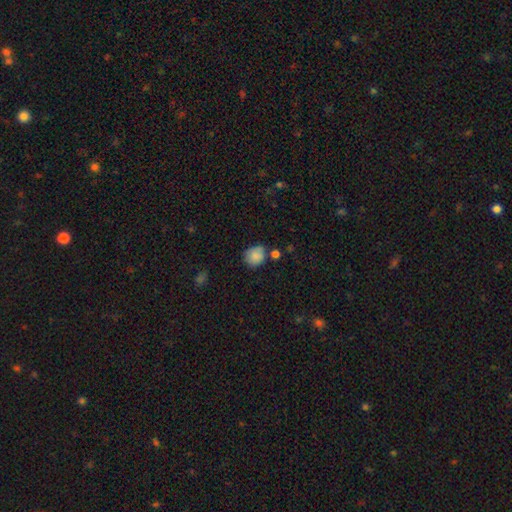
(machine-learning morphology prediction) type=smooth (84%); roundness=round (75%); merging=none (65%).